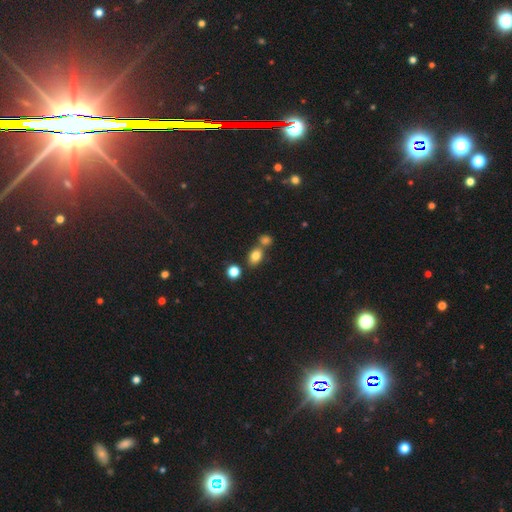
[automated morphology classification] A smooth galaxy with no disk features (80%) that is in between round and cigar-shaped (68%).

Vote fractions:
- Smooth or featured? smooth: 80% / star or artifact: 12% / featured or disk: 8%
- How rounded? in between: 68% / round: 30% / cigar-shaped: 2%
- Merging? none: 58% / merger: 28% / minor disturbance: 11% / major disturbance: 3%